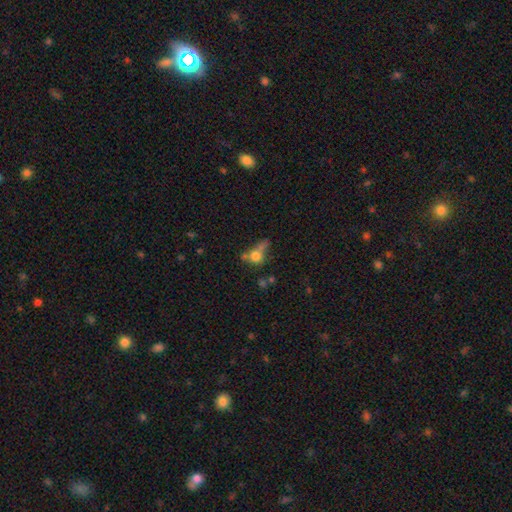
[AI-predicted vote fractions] Morphology: type=smooth (69%); roundness=round (73%); merging=merger (35%).